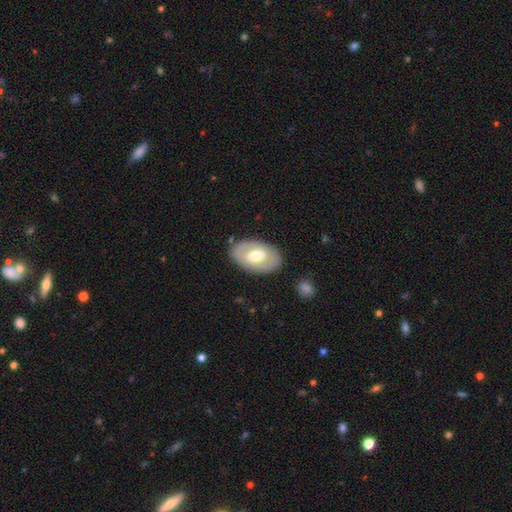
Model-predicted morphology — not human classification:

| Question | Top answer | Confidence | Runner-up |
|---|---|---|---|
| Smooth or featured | featured or disk | 53% | smooth (42%) |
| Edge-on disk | no | 91% | yes (9%) |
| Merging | none | 83% | minor disturbance (11%) |